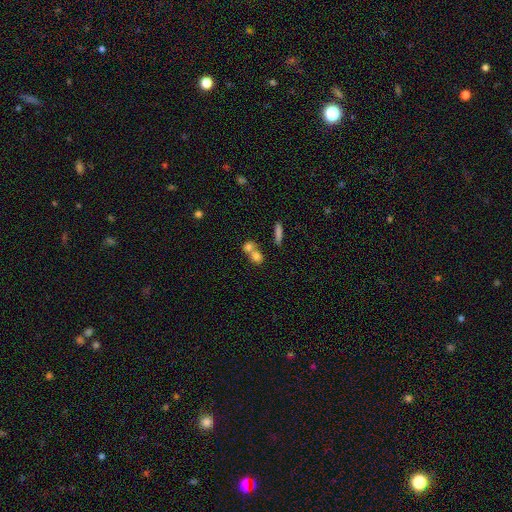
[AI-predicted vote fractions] smooth_or_featured: smooth (p=0.75) [alt: featured or disk p=0.14]
how_rounded: round (p=0.58) [alt: in between p=0.36]
merging: merger (p=0.59) [alt: none p=0.32]